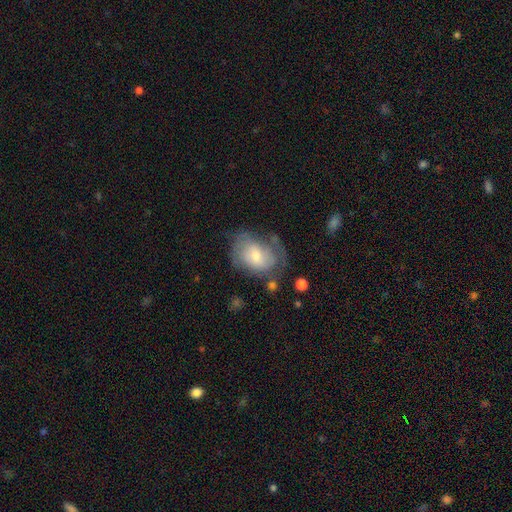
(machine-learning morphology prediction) smooth_or_featured: featured or disk (p=0.52) [alt: smooth p=0.40]
disk_edge_on: no (p=0.95) [alt: yes p=0.05]
merging: none (p=0.45) [alt: minor disturbance p=0.27]